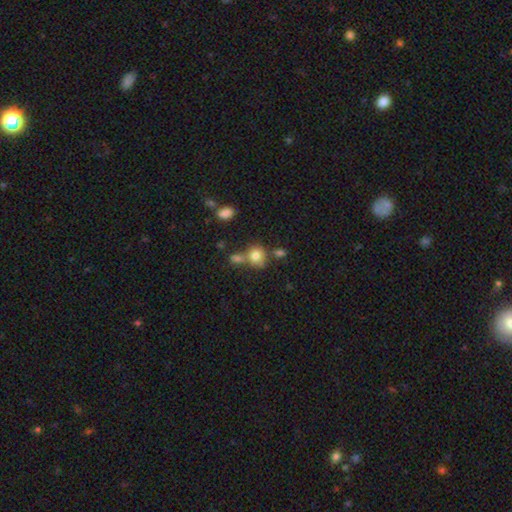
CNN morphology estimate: A smooth galaxy with no disk features (79%) that is round (75%).

Vote fractions:
- Smooth or featured? smooth: 79% / star or artifact: 11% / featured or disk: 10%
- How rounded? round: 75% / in between: 24% / cigar-shaped: 1%
- Merging? none: 53% / merger: 30% / minor disturbance: 13% / major disturbance: 5%